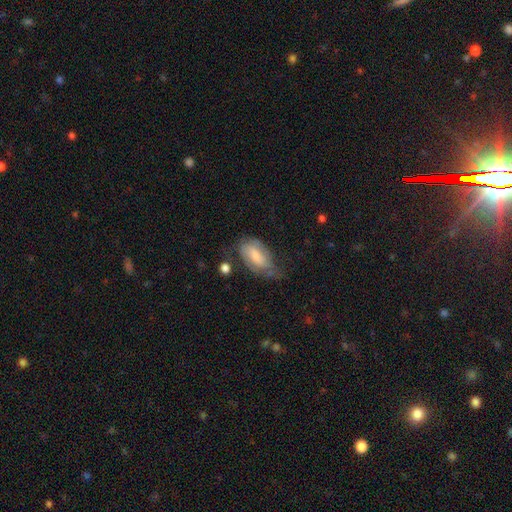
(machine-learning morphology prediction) Smooth or featured: smooth — 48% (featured or disk — 45%)
Merging: none — 41% (minor disturbance — 33%)